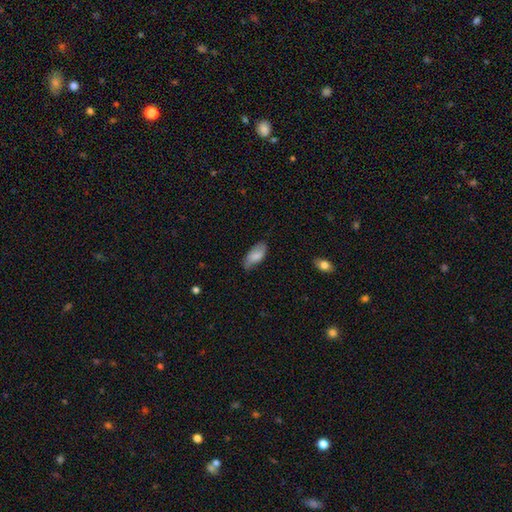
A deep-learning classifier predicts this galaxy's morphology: type=smooth (77%); roundness=in between (91%); merging=none (62%).